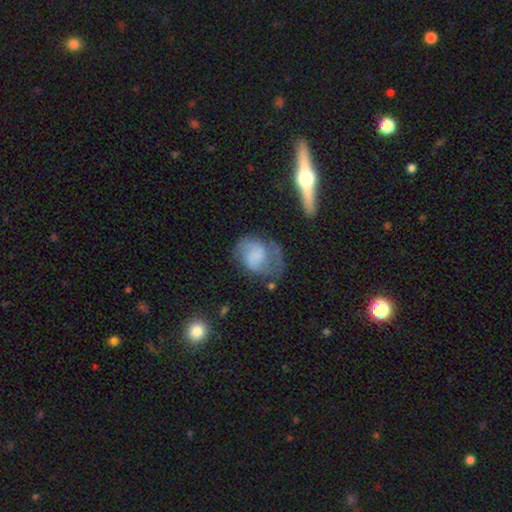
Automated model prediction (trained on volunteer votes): Morphology: type=featured or disk (54%); edge-on=no (97%); bar=no (59%); spiral arms=yes (82%); bulge=none (51%); merging=none (43%).